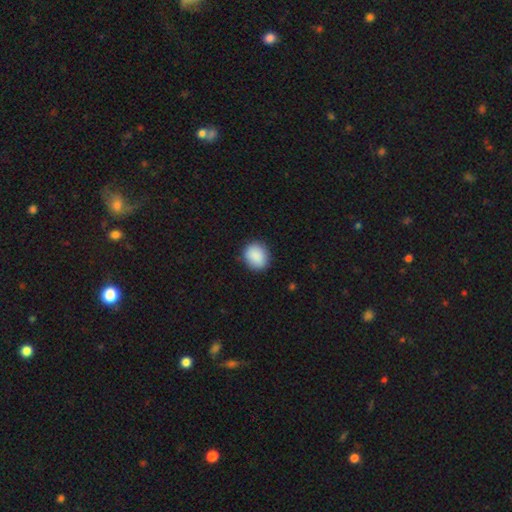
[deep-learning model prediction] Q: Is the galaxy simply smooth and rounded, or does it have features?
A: smooth — 89%.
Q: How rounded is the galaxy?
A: round — 67%.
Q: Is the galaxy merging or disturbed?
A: none — 85%.